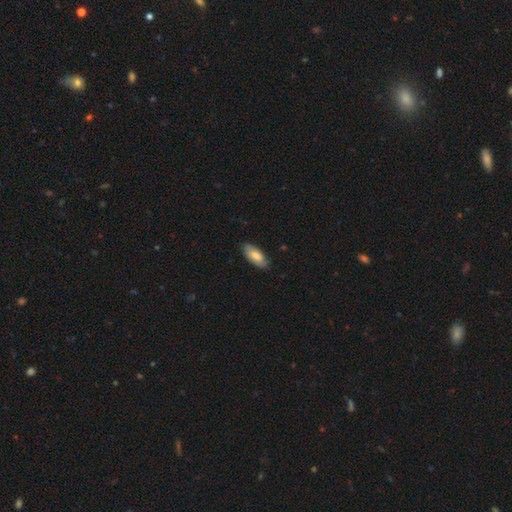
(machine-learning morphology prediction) smooth-or-featured: smooth: 78% | featured or disk: 17% | star or artifact: 6%
  how-rounded: in between: 89% | cigar-shaped: 9% | round: 2%
  merging: none: 85% | minor disturbance: 12% | major disturbance: 2% | merger: 1%